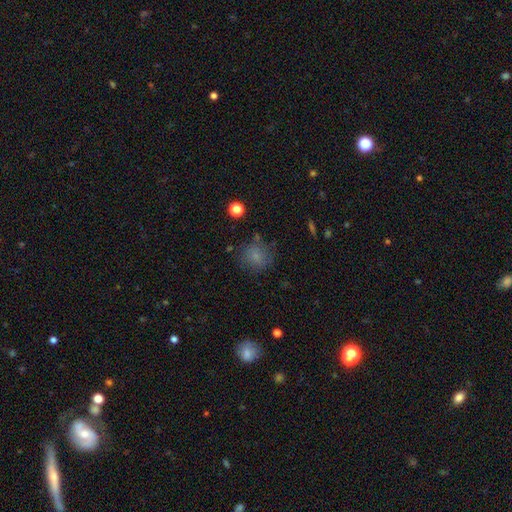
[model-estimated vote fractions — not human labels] Overall: smooth (76%). How rounded: round (81%). Merging: none (75%).